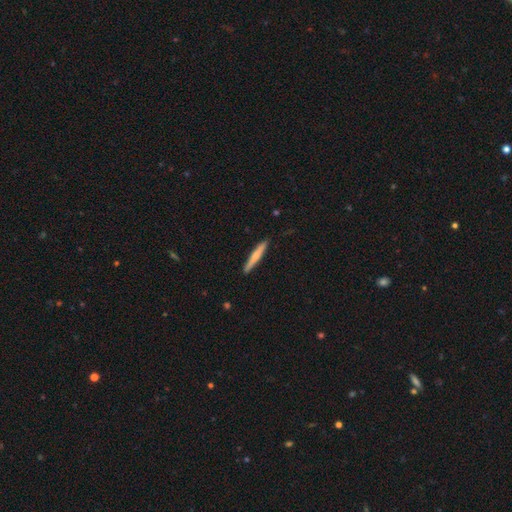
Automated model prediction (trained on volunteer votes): This appears to be a smooth galaxy with no disk features (61%) that is cigar-shaped (95%). Merging: none (90%).